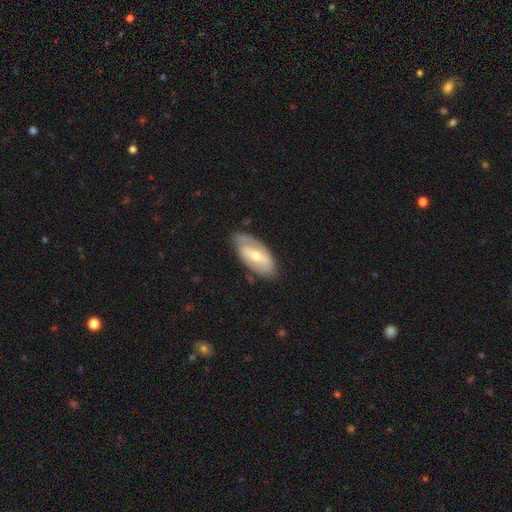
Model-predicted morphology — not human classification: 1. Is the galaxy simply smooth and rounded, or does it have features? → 61% featured or disk, 34% smooth, 5% star or artifact.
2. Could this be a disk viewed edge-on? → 89% no, 11% yes.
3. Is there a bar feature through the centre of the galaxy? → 39% weak, 31% strong, 30% no.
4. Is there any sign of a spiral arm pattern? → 60% yes, 40% no.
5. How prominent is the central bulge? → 58% moderate, 36% small, 3% large, 1% none, 1% dominant.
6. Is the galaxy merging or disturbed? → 73% none, 20% minor disturbance, 6% major disturbance, 2% merger.